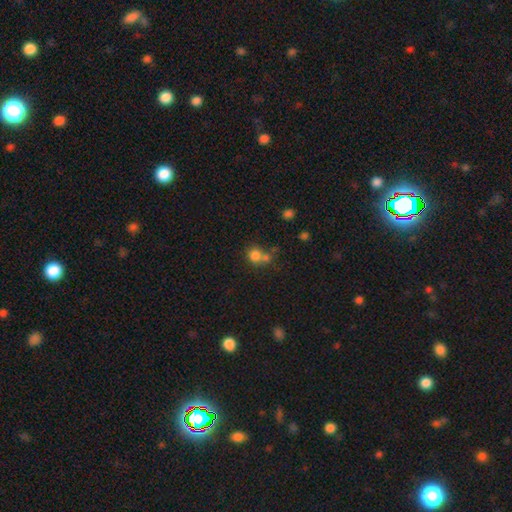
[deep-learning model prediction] Morphology: type=smooth (78%); roundness=round (83%); merging=none (45%).